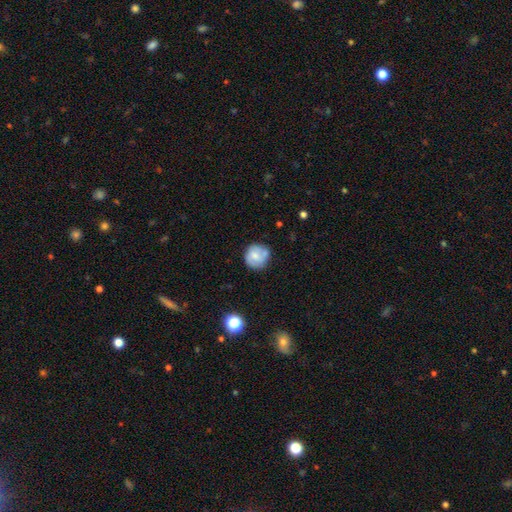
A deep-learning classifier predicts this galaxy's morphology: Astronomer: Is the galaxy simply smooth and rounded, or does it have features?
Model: smooth — 58%.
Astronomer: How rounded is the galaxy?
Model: round — 88%.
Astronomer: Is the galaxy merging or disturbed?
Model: none — 68%.